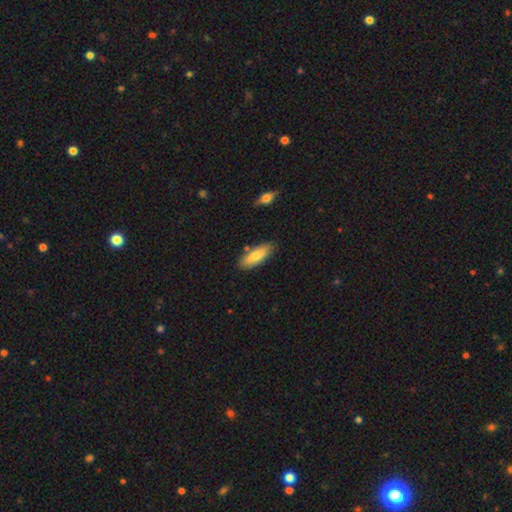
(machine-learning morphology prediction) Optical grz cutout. It shows a smooth galaxy with no disk features (76%) that is in between round and cigar-shaped (69%). Merging: none (81%).